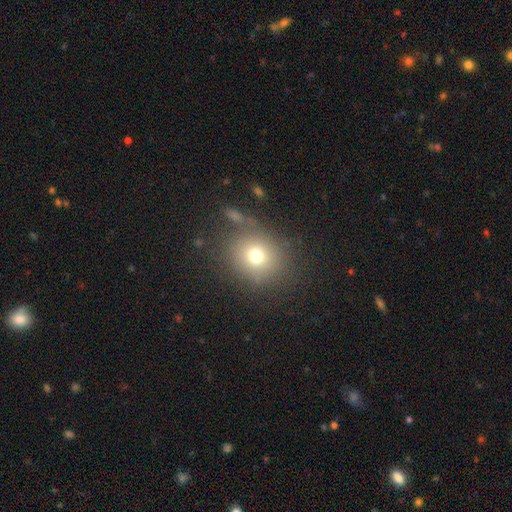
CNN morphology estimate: Smooth or featured?
  - smooth: 72% *
  - star or artifact: 15%
  - featured or disk: 13%
How rounded?
  - round: 77% *
  - in between: 22%
  - cigar-shaped: 1%
Merging?
  - none: 73% *
  - minor disturbance: 13%
  - major disturbance: 8%
  - merger: 6%